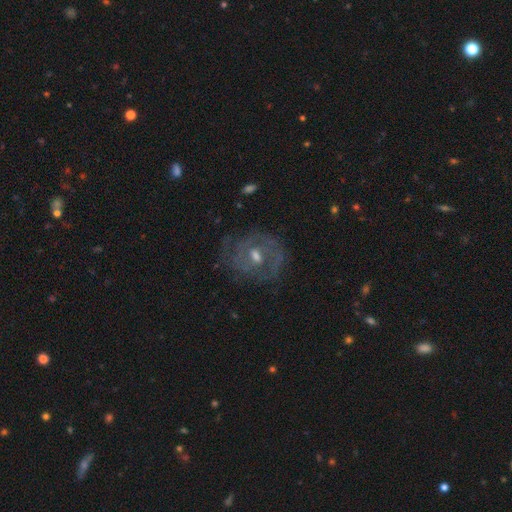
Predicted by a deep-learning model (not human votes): smooth_or_featured: featured or disk (p=0.71) [alt: smooth p=0.16]
disk_edge_on: no (p=0.96) [alt: yes p=0.04]
bar: no (p=0.58) [alt: weak p=0.33]
has_spiral_arms: yes (p=0.78) [alt: no p=0.22]
spiral_winding: tight (p=0.59) [alt: medium p=0.31]
spiral_arm_count: 2 (p=0.40) [alt: can't tell p=0.37]
bulge_size: moderate (p=0.62) [alt: small p=0.32]
merging: none (p=0.77) [alt: minor disturbance p=0.14]